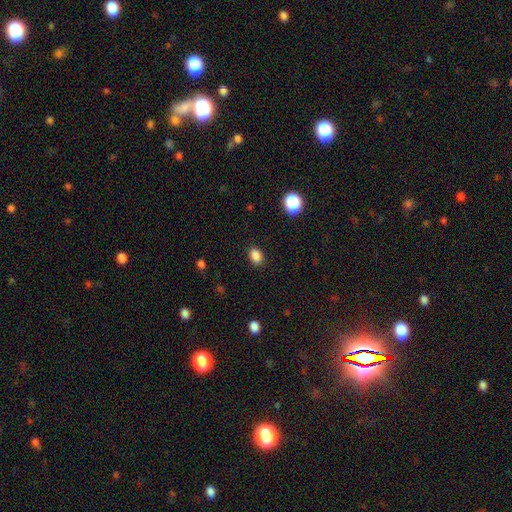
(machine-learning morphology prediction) Smooth or featured?
  - smooth: 86% *
  - star or artifact: 11%
  - featured or disk: 3%
How rounded?
  - in between: 71% *
  - round: 27%
  - cigar-shaped: 1%
Merging?
  - none: 88% *
  - minor disturbance: 9%
  - major disturbance: 2%
  - merger: 1%